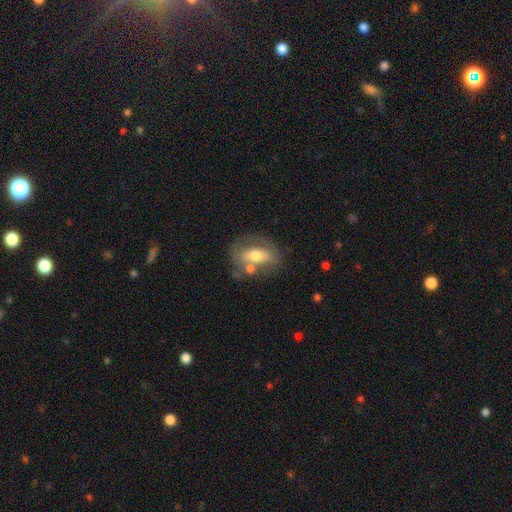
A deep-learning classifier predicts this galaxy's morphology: smooth-or-featured: smooth: 47% | featured or disk: 45% | star or artifact: 8%
  merging: none: 56% | minor disturbance: 18% | merger: 17% | major disturbance: 9%